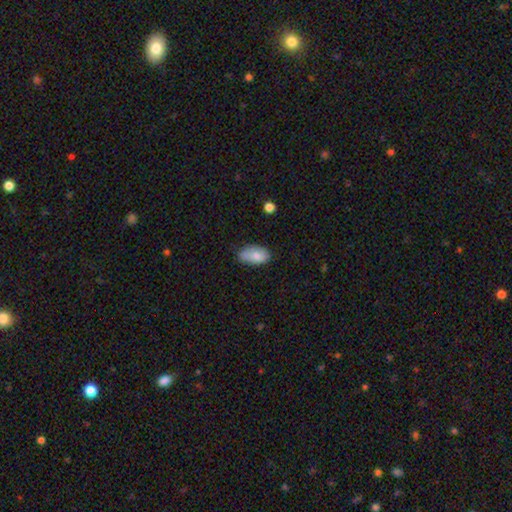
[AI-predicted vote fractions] Smooth or featured: smooth — 80% (featured or disk — 13%)
How rounded: in between — 93% (round — 4%)
Merging: none — 60% (minor disturbance — 30%)